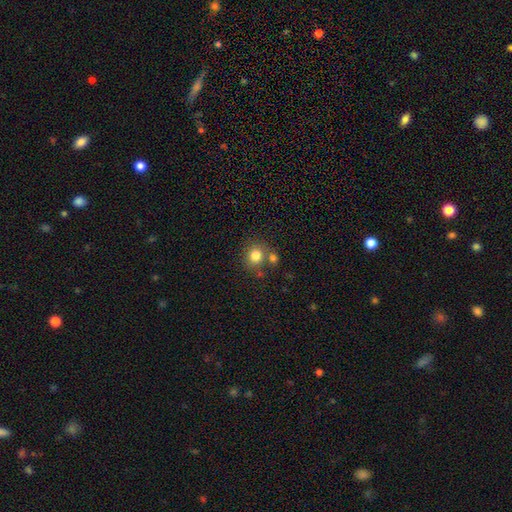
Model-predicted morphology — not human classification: This is clearly a smooth galaxy (80%). How rounded: clearly round (84%). Merging: likely none (62%).